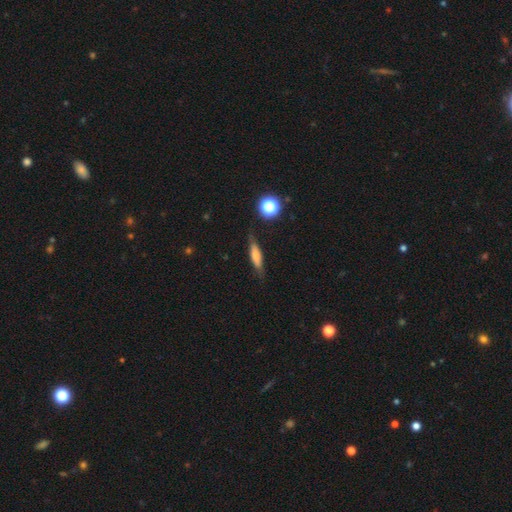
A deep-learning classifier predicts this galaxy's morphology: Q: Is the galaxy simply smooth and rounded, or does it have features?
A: smooth — 60%.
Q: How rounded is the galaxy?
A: cigar-shaped — 72%.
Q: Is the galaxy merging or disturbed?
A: none — 77%.